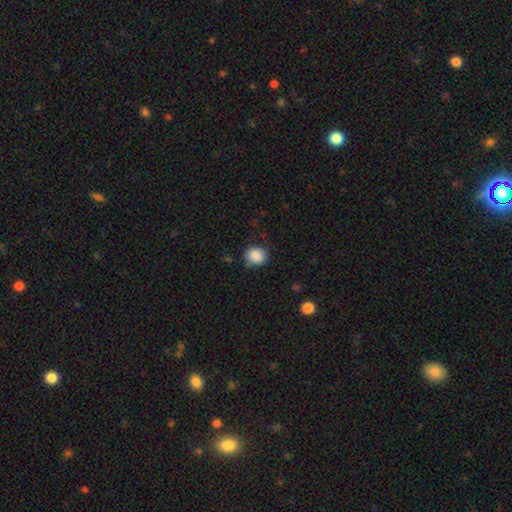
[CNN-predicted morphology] type=smooth (88%); roundness=round (73%); merging=none (79%).